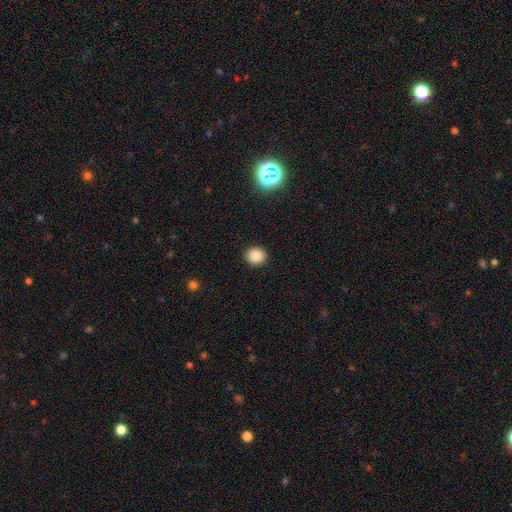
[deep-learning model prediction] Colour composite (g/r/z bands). It shows a smooth galaxy with no disk features (87%) that is round (87%). Merging: none (91%).